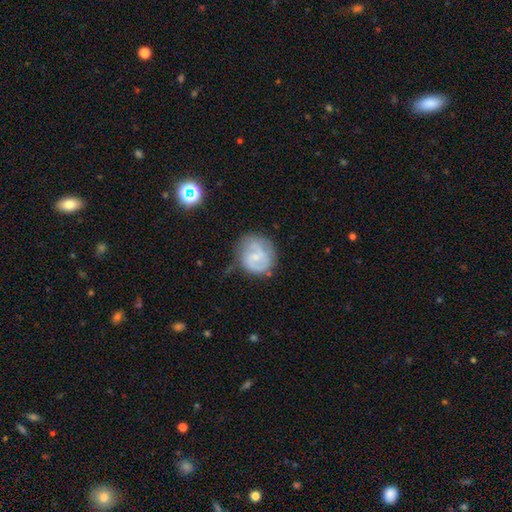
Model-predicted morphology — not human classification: This is likely a featured or disk galaxy (65%). It is clearly not viewed edge-on (98%). Bar: possibly weak (47%). Spiral arm pattern: clearly yes (86%). Spiral arm count: likely 2 (71%). Spiral winding: possibly medium (46%). Central bulge: likely small (62%). Merging: likely none (62%).